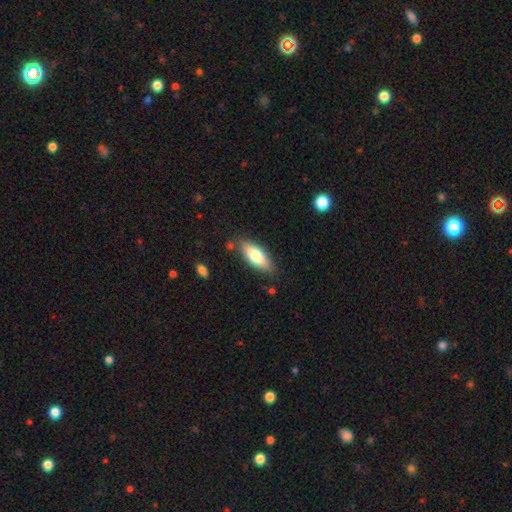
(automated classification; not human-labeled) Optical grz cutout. It shows a smooth galaxy with no disk features (73%) that is in between round and cigar-shaped (73%). Merging: none (80%).